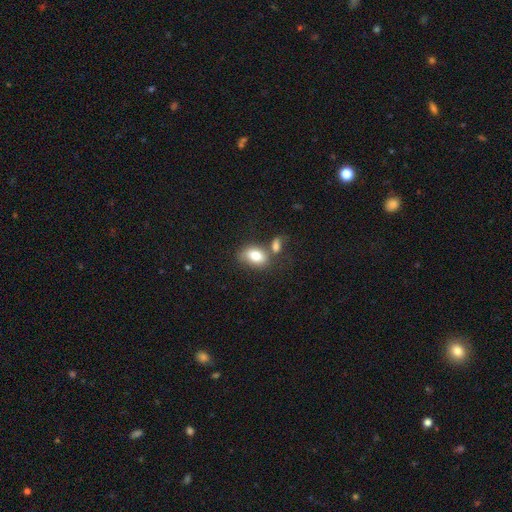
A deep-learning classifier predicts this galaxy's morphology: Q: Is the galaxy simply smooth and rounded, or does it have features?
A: smooth — 80%.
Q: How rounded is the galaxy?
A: in between — 85%.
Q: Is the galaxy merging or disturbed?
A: none — 44%.